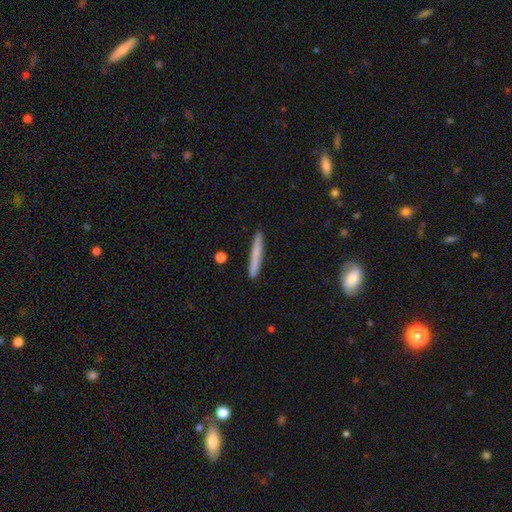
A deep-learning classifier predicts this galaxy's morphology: Smooth or featured: smooth — 71% (featured or disk — 24%)
How rounded: cigar-shaped — 96% (in between — 2%)
Merging: none — 91% (minor disturbance — 6%)